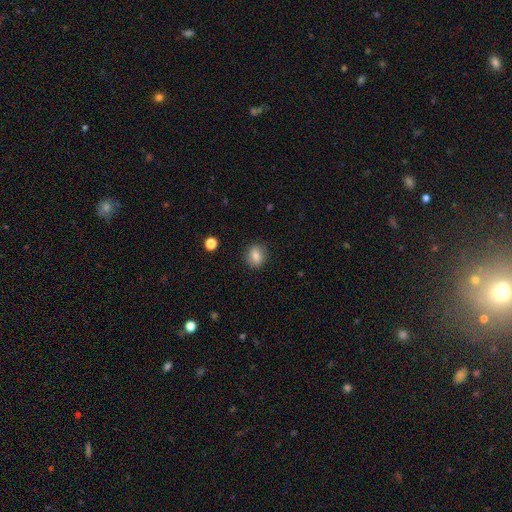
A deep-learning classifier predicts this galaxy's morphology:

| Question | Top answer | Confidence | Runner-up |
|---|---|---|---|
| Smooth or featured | smooth | 82% | star or artifact (10%) |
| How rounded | round | 68% | in between (31%) |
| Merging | none | 88% | minor disturbance (9%) |